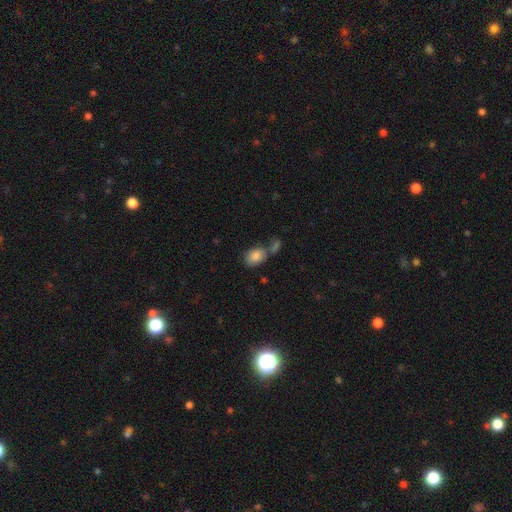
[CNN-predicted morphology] Smooth or featured? Predicted: smooth (p=0.83). How rounded? Predicted: in between (p=0.75). Merging? Predicted: none (p=0.49).